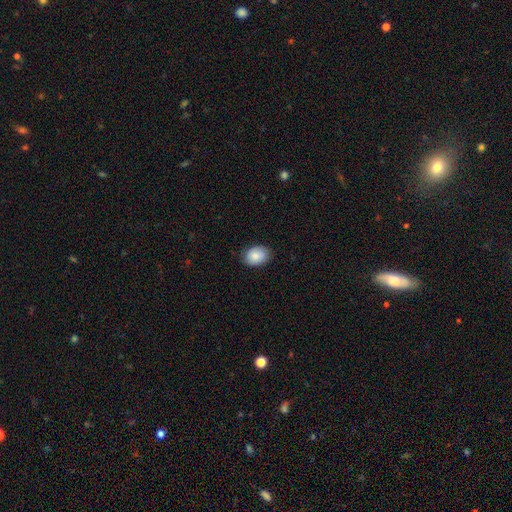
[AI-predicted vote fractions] This appears to be a smooth galaxy with no disk features (85%) that is in between round and cigar-shaped (72%). Merging: none (82%).